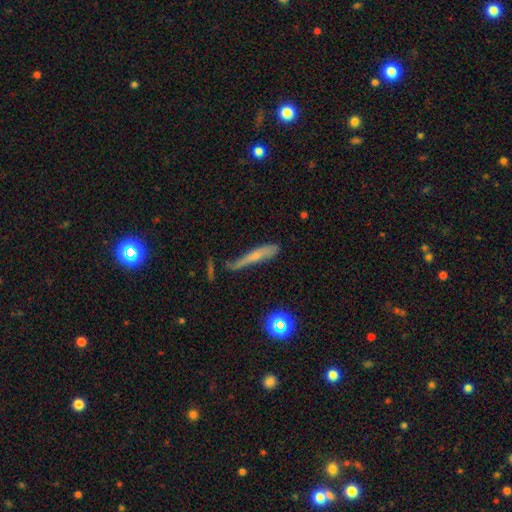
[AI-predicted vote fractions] A smooth galaxy with no disk features (52%) that is cigar-shaped (86%). Merging: none (50%).